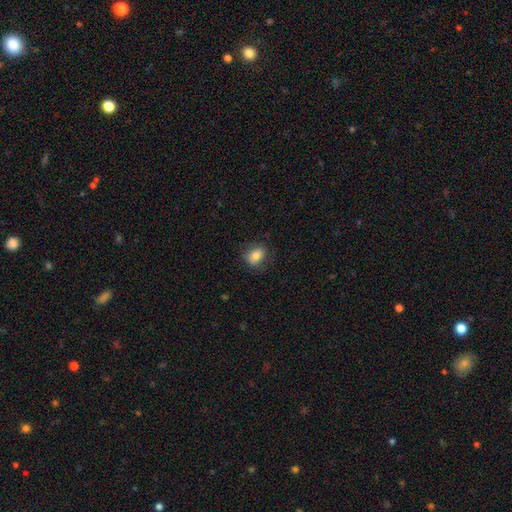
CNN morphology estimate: The model was most divided on "how rounded": in between: 60%, round: 39%, cigar-shaped: 1%. More confident: smooth or featured — smooth (80%); merging — none (78%).